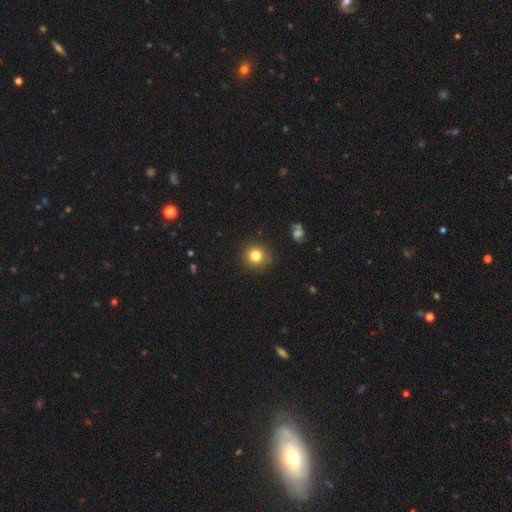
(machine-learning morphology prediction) Smooth or featured? smooth (81%)
How rounded? round (91%)
Merging? none (89%)